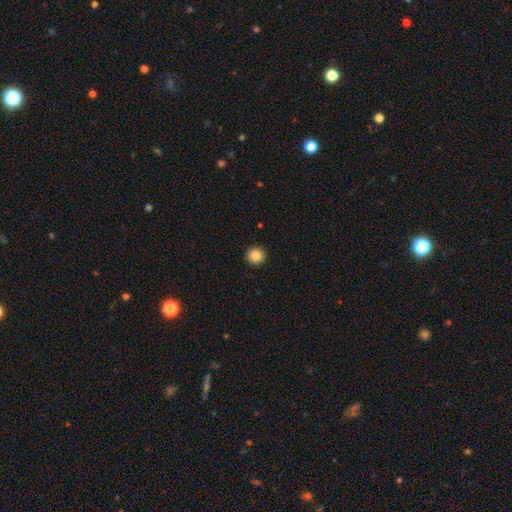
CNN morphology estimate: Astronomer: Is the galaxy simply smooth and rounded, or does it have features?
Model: smooth — 87%.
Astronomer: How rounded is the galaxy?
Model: round — 93%.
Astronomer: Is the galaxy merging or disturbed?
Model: none — 93%.